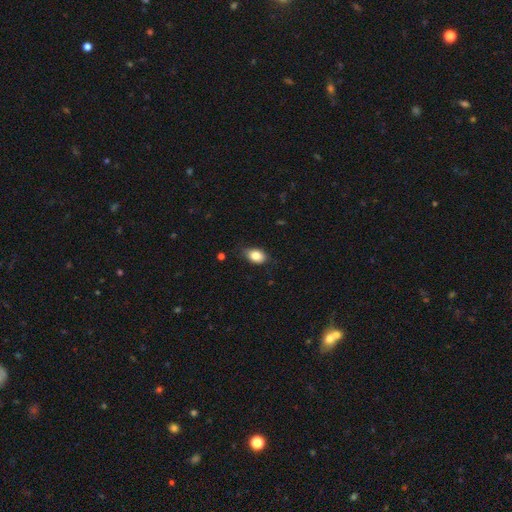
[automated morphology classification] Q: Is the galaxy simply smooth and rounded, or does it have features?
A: smooth — 84%.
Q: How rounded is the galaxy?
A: in between — 84%.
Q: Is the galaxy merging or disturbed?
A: none — 78%.